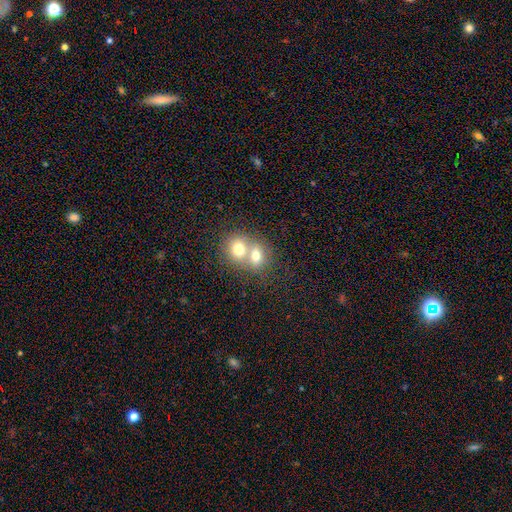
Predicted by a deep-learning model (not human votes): smooth 71%, featured or disk 19%, star or artifact 10%. Down the decision tree: how rounded — round (59%); merging — merger (69%).